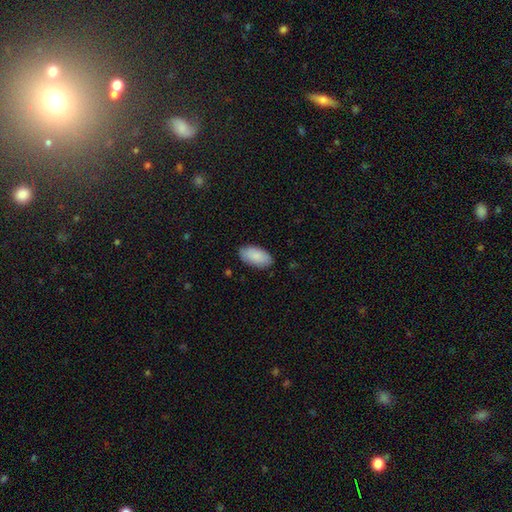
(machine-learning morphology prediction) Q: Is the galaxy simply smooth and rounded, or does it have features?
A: smooth — 90%.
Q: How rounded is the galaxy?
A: in between — 95%.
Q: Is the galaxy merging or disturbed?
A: none — 86%.